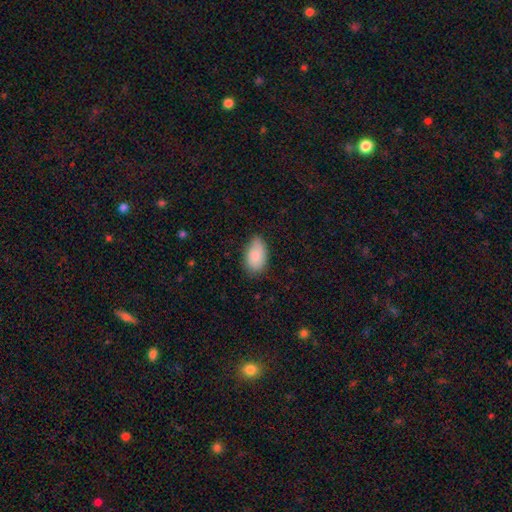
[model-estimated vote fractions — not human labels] Smooth or featured? smooth (85%)
How rounded? in between (93%)
Merging? none (69%)